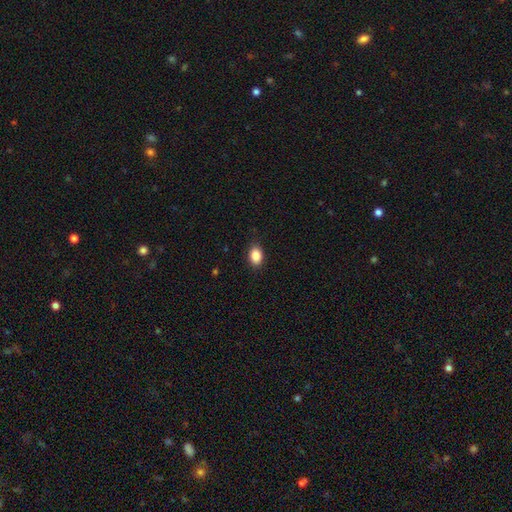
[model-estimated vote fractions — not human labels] The model was most divided on "how rounded": in between: 73%, round: 26%, cigar-shaped: 1%. More confident: smooth or featured — smooth (87%); merging — none (87%).